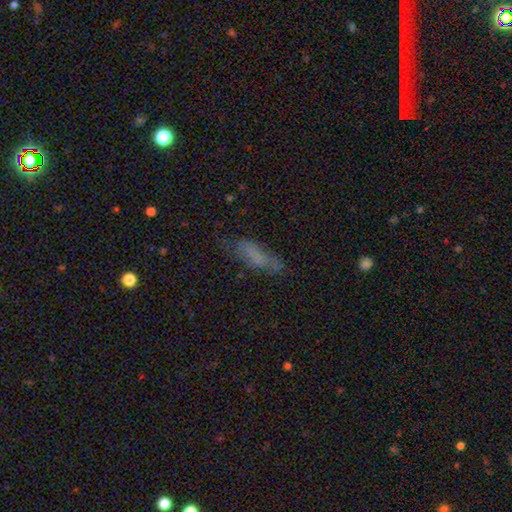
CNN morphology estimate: smooth_or_featured: smooth (p=0.62) [alt: featured or disk p=0.25]
how_rounded: cigar-shaped (p=0.52) [alt: in between p=0.45]
merging: none (p=0.60) [alt: minor disturbance p=0.24]